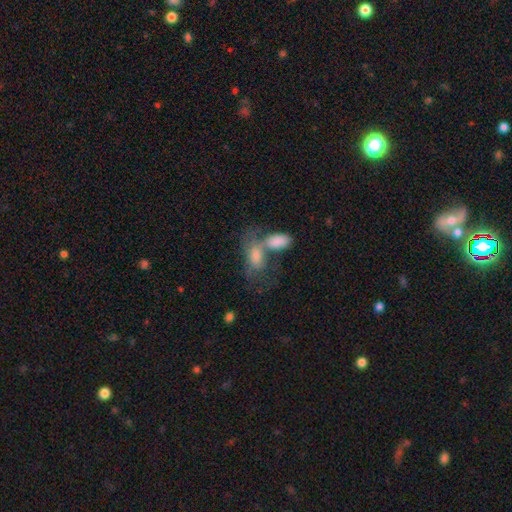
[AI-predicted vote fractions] The model was most divided on "merging": merger: 58%, none: 20%, major disturbance: 11%, minor disturbance: 11%. More confident: how rounded — in between (88%); smooth or featured — smooth (66%).